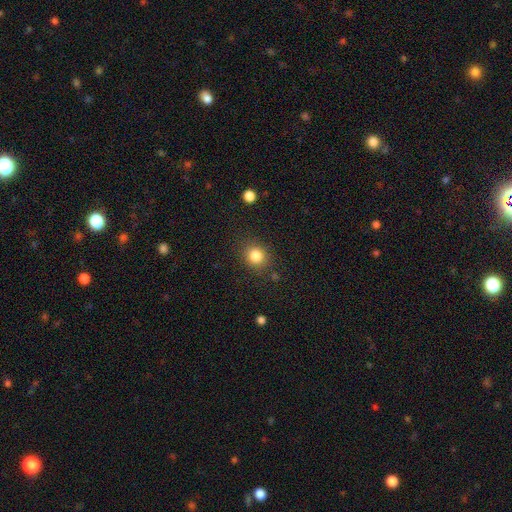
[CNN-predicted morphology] smooth_or_featured: smooth (p=0.84) [alt: star or artifact p=0.11]
how_rounded: round (p=0.80) [alt: in between p=0.19]
merging: none (p=0.85) [alt: minor disturbance p=0.10]